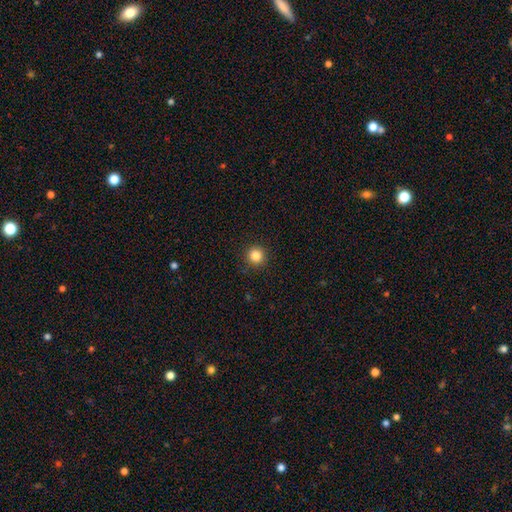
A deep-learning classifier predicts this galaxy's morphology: Smooth or featured? smooth (84%)
How rounded? round (95%)
Merging? none (92%)